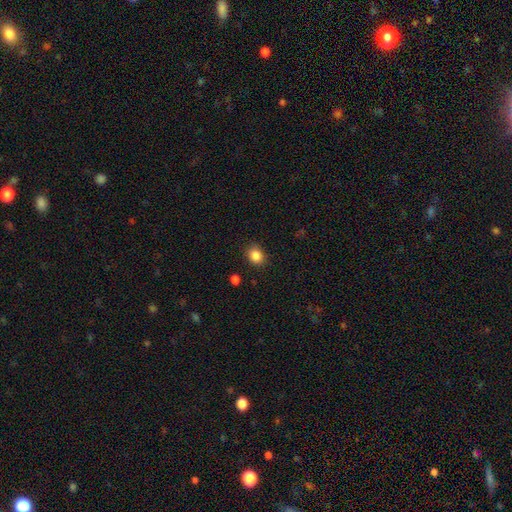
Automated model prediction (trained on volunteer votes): smooth 86%, star or artifact 10%, featured or disk 4%. Down the decision tree: how rounded — round (57%); merging — none (86%).